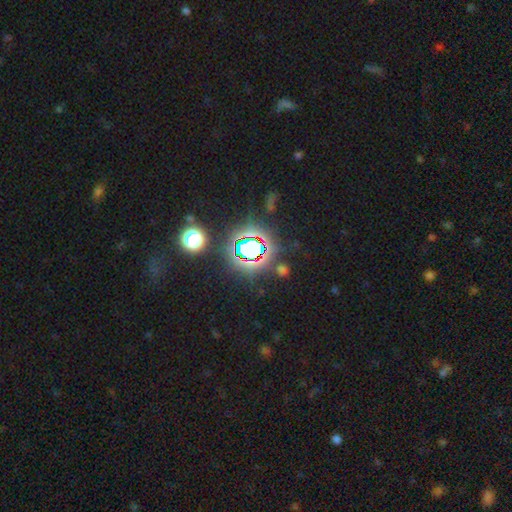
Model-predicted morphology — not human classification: This is likely a star or artifact rather than a galaxy (74%).